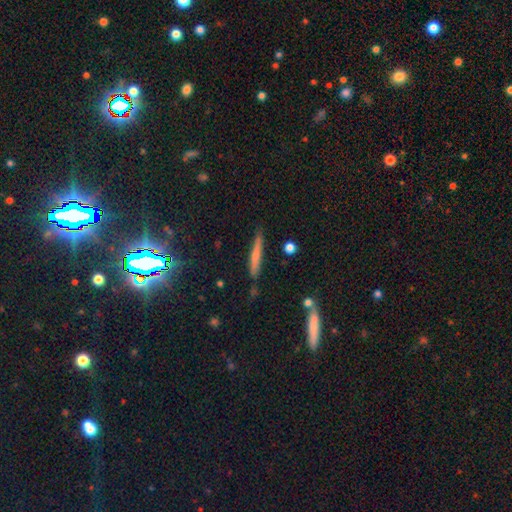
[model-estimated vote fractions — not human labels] This is possibly a smooth galaxy (60%). How rounded: clearly cigar-shaped (93%). Merging: likely none (79%).